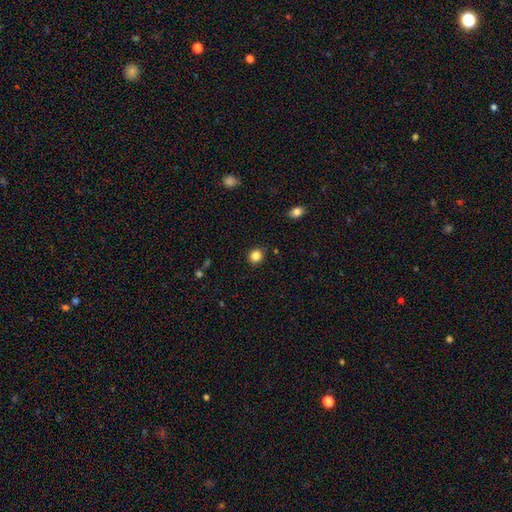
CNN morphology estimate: Q: Smooth or featured?
A: smooth (85%); runner-up: star or artifact (11%)
Q: How rounded?
A: round (77%); runner-up: in between (22%)
Q: Merging?
A: none (89%); runner-up: minor disturbance (8%)